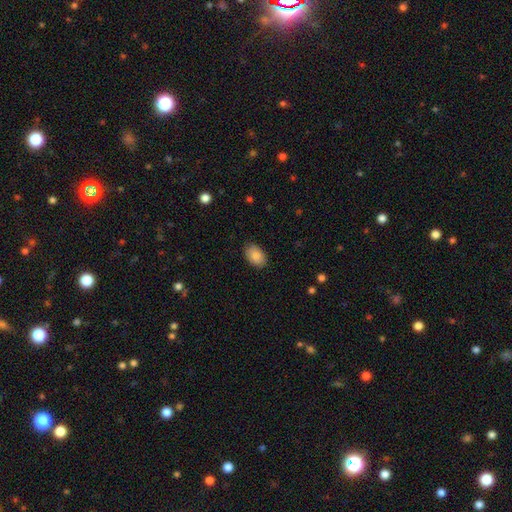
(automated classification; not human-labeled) This appears to be a smooth galaxy with no disk features (88%) that is in between round and cigar-shaped (88%). Merging: none (85%).